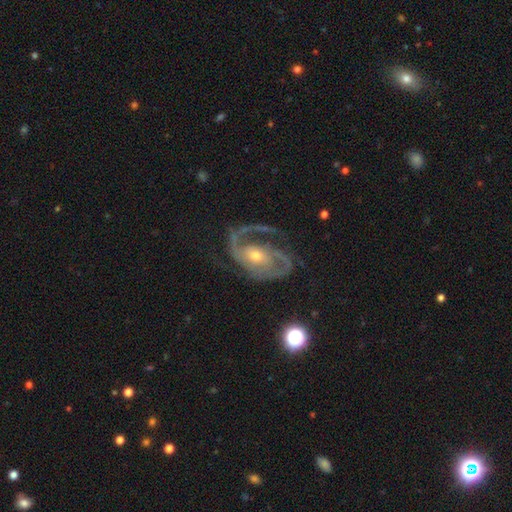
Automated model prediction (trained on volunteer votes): Overall: featured or disk (90%). Edge-on disk: no (97%). Bar: no (58%; weak 29%). Spiral arms: yes (96%). Spiral arm count: 2 (74%). Spiral winding: medium (51%; tight 35%). Bulge size: moderate (48%, tied with small). Merging: none (61%).